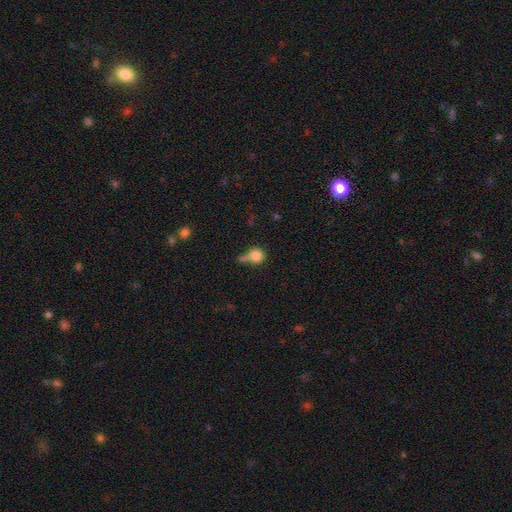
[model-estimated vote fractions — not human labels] Smooth or featured? Predicted: smooth (p=0.80). How rounded? Predicted: round (p=0.81). Merging? Predicted: none (p=0.38).